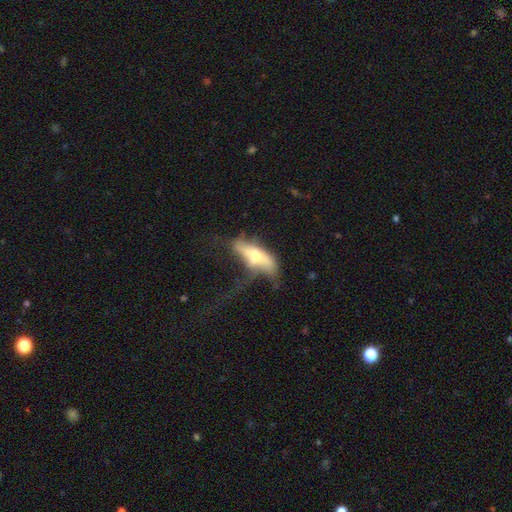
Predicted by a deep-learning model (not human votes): Overall: featured or disk (52%; smooth 40%). Edge-on disk: no (55%; yes 45%). Merging: major disturbance (42%; none 27%).